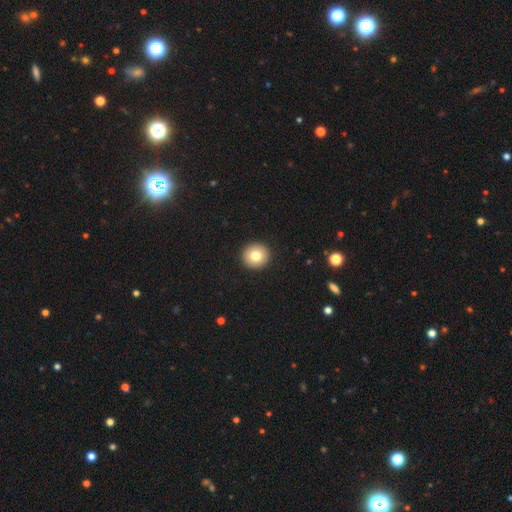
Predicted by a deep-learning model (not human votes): Q: Smooth or featured?
A: smooth (79%); runner-up: featured or disk (11%)
Q: How rounded?
A: round (94%); runner-up: in between (5%)
Q: Merging?
A: none (94%); runner-up: minor disturbance (4%)